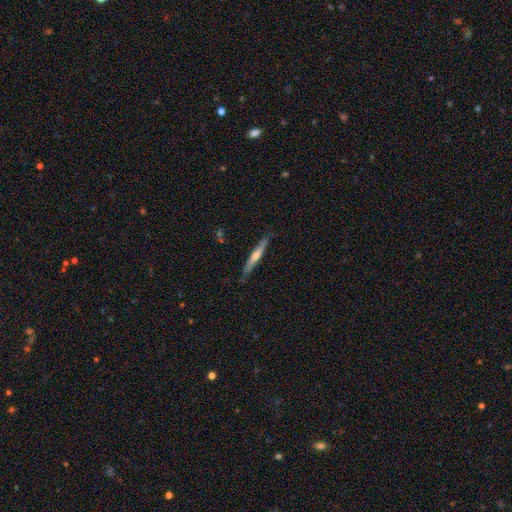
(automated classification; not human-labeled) The model was most divided on "smooth or featured": featured or disk: 60%, smooth: 34%, star or artifact: 6%. More confident: edge-on disk — yes (97%); merging — none (86%); edge-on bulge — rounded (74%).